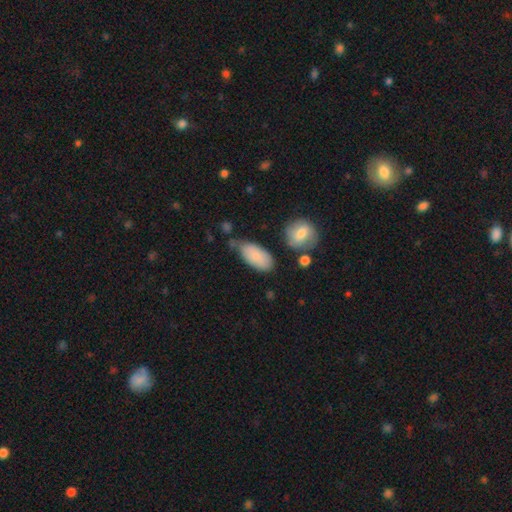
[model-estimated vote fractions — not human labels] smooth-or-featured: smooth: 84% | featured or disk: 10% | star or artifact: 6%
  how-rounded: in between: 92% | cigar-shaped: 5% | round: 3%
  merging: none: 53% | minor disturbance: 31% | merger: 8% | major disturbance: 8%